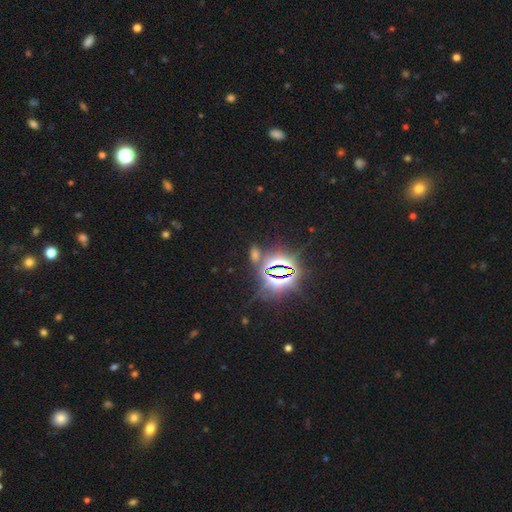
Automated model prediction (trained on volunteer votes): Smooth or featured? Predicted: star or artifact (p=0.76).